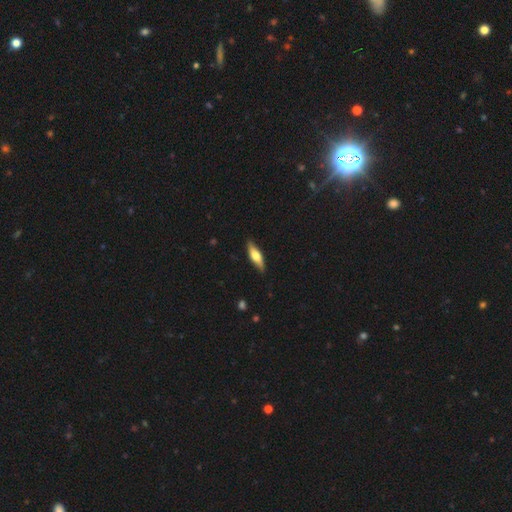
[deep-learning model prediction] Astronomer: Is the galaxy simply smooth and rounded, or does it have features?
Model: smooth — 54% (runner-up: featured or disk, 40%).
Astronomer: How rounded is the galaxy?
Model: cigar-shaped — 56% (runner-up: in between, 41%).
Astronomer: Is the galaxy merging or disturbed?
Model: none — 86%.